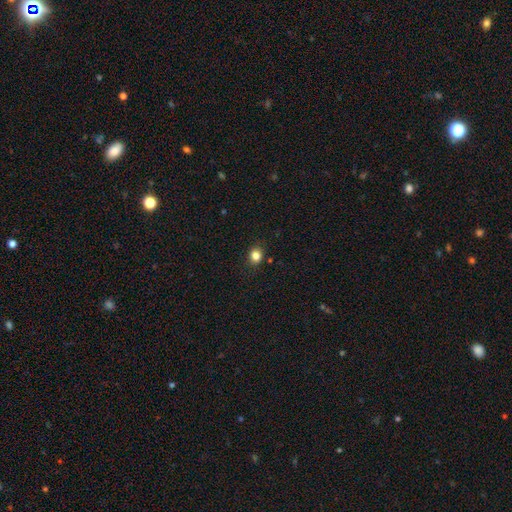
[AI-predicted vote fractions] This is clearly a smooth galaxy (83%). How rounded: likely round (71%). Merging: clearly none (87%).